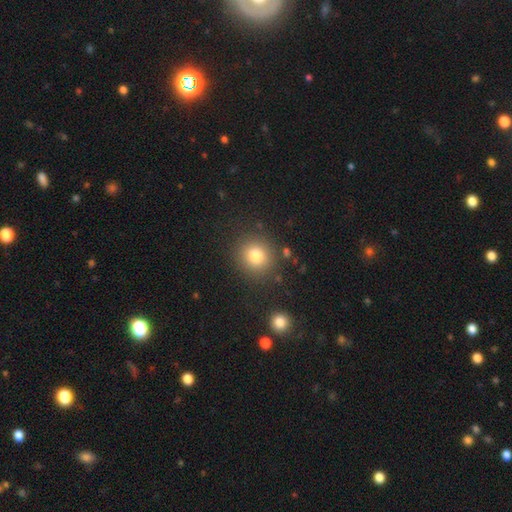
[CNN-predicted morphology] Smooth or featured? Predicted: smooth (p=0.80). How rounded? Predicted: round (p=0.89). Merging? Predicted: none (p=0.86).